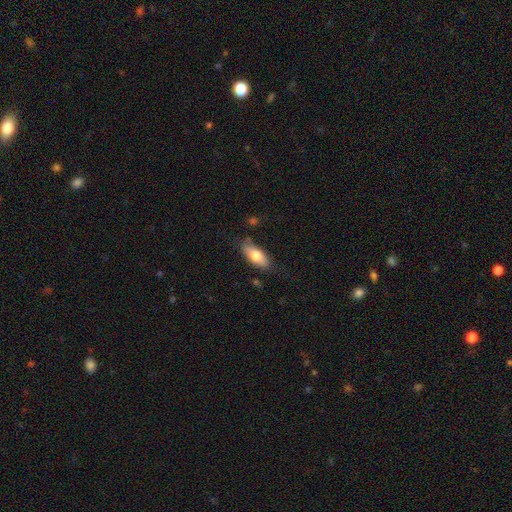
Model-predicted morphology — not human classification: A smooth galaxy with no disk features (73%) that is in between round and cigar-shaped (81%).

Vote fractions:
- Smooth or featured? smooth: 73% / featured or disk: 20% / star or artifact: 6%
- How rounded? in between: 81% / cigar-shaped: 16% / round: 3%
- Merging? none: 77% / minor disturbance: 17% / major disturbance: 4% / merger: 3%